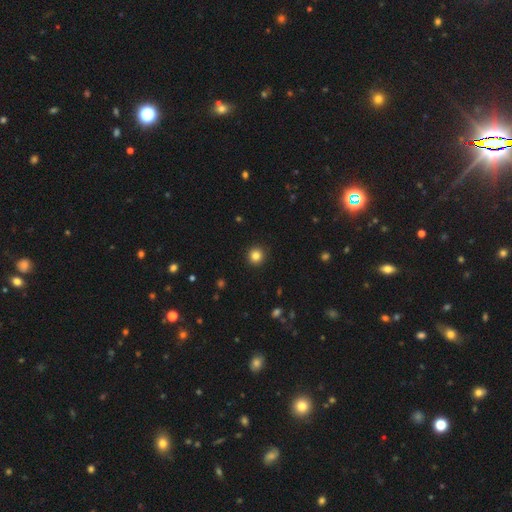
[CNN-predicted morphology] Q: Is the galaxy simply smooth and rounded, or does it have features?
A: smooth — 83%.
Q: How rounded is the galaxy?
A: round — 94%.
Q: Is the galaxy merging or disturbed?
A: none — 93%.